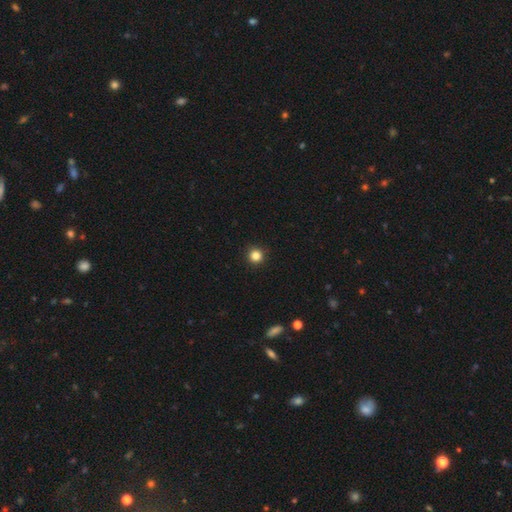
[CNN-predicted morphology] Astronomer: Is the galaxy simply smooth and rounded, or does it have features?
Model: smooth — 84%.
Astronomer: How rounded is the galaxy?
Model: round — 95%.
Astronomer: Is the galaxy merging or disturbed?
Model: none — 93%.